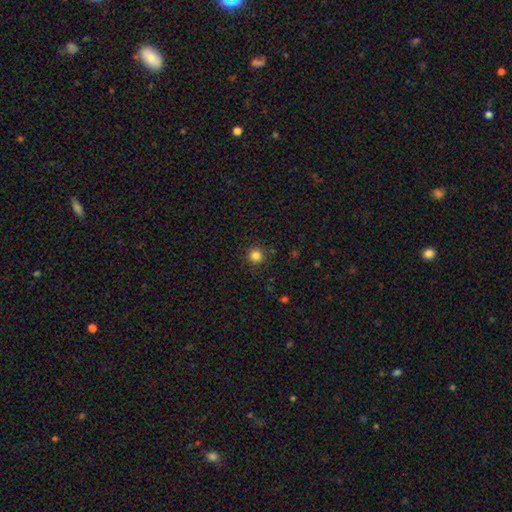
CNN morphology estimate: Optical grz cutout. It shows a smooth galaxy with no disk features (84%) that is round (95%). Merging: none (90%).